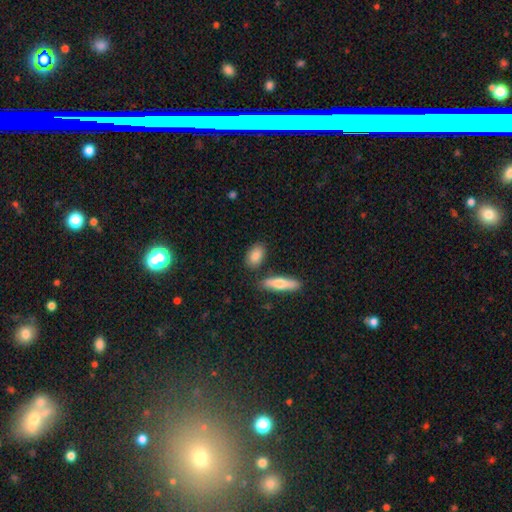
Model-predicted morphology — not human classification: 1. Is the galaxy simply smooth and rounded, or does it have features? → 84% smooth, 10% featured or disk, 6% star or artifact.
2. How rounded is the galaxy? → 86% in between, 7% round, 7% cigar-shaped.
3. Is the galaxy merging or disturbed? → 78% none, 11% minor disturbance, 9% merger, 3% major disturbance.